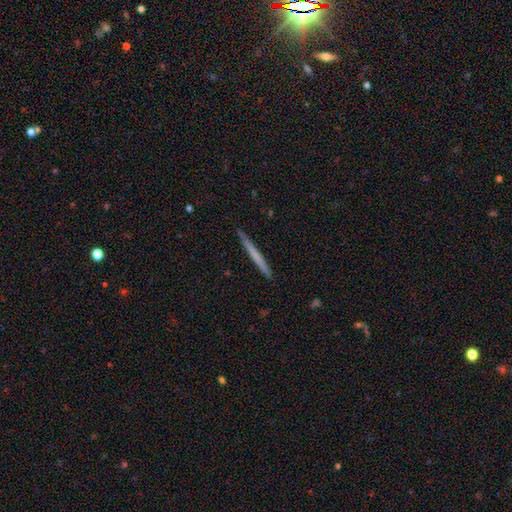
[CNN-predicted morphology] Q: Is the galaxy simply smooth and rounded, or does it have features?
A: smooth — 56%.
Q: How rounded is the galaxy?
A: cigar-shaped — 97%.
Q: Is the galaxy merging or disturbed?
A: none — 91%.